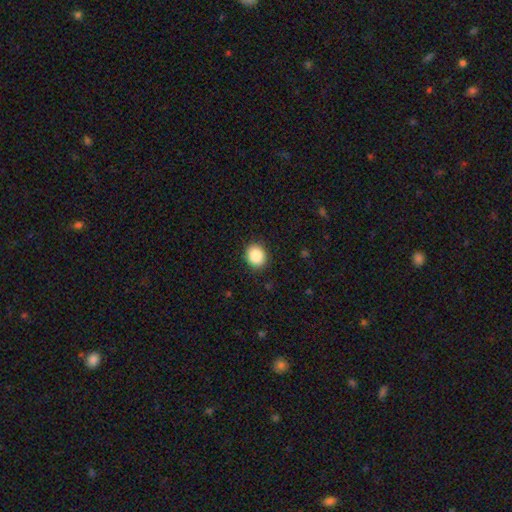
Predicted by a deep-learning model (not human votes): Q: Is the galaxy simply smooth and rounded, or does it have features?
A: smooth — 88%.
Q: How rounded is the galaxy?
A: round — 67%.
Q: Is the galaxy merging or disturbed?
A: none — 89%.